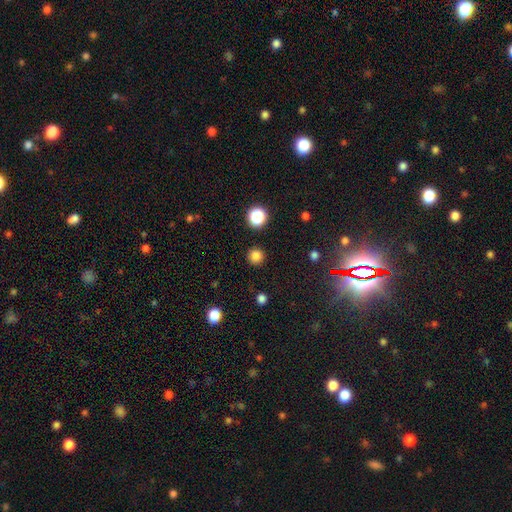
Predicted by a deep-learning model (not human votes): This is clearly a smooth galaxy (82%). How rounded: clearly round (95%). Merging: clearly none (92%).